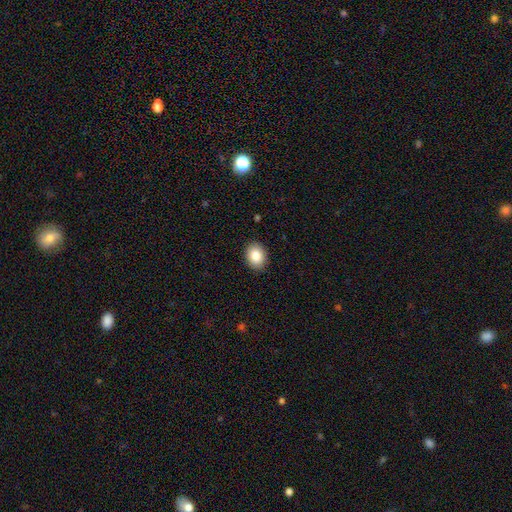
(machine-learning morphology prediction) smooth 85%, star or artifact 8%, featured or disk 7%. Down the decision tree: how rounded — in between (57%); merging — none (90%).